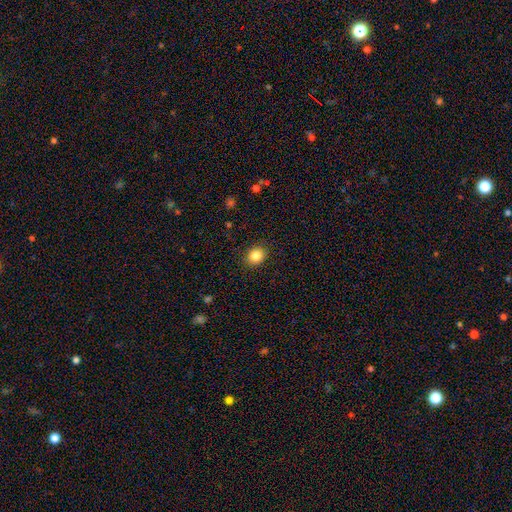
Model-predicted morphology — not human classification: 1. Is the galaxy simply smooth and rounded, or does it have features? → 85% smooth, 10% star or artifact, 5% featured or disk.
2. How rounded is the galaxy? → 66% round, 33% in between, 1% cigar-shaped.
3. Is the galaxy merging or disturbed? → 89% none, 8% minor disturbance, 3% major disturbance, 1% merger.